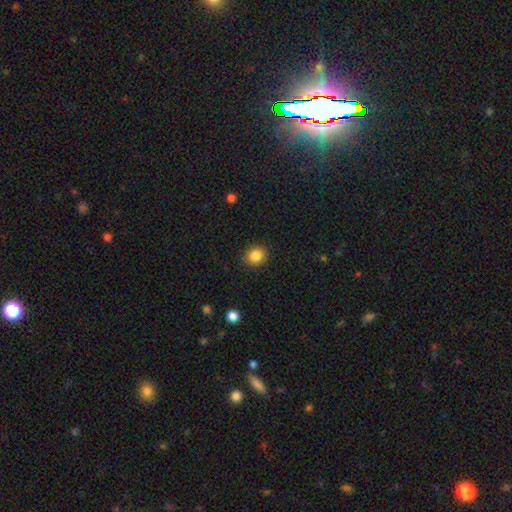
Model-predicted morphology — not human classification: A smooth galaxy with no disk features (86%) that is round (80%).

Vote fractions:
- Smooth or featured? smooth: 86% / star or artifact: 10% / featured or disk: 4%
- How rounded? round: 80% / in between: 19% / cigar-shaped: 1%
- Merging? none: 90% / minor disturbance: 7% / major disturbance: 2% / merger: 1%